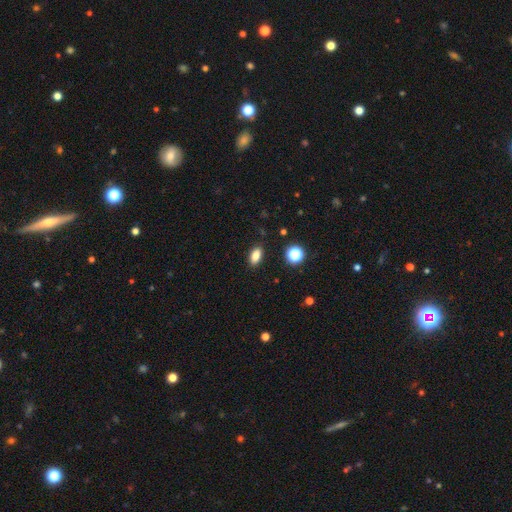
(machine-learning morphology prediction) Smooth or featured? smooth (83%)
How rounded? in between (87%)
Merging? none (89%)